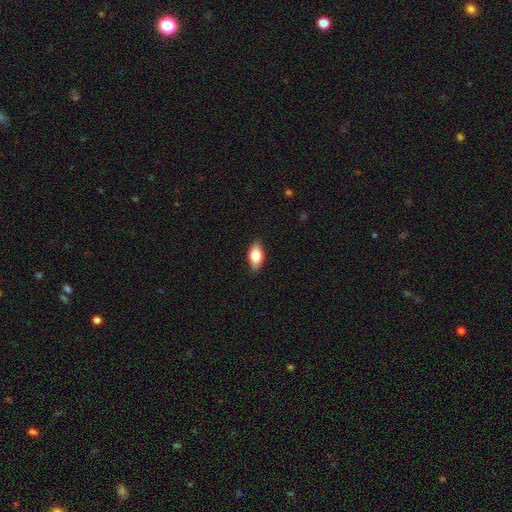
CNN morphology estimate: Overall: smooth (68%). How rounded: in between (85%). Merging: none (85%).